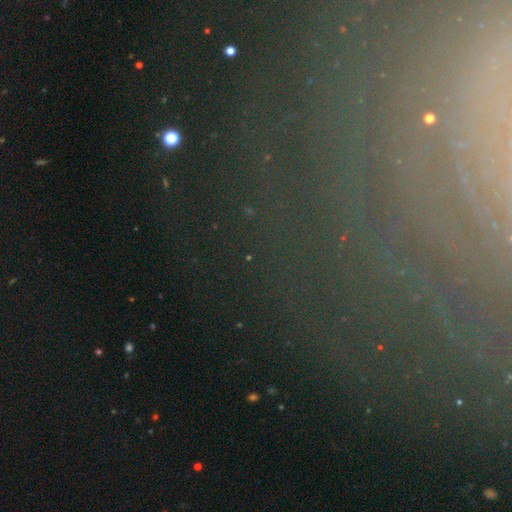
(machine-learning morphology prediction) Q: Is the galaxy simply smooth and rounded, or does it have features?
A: star or artifact — 49%.